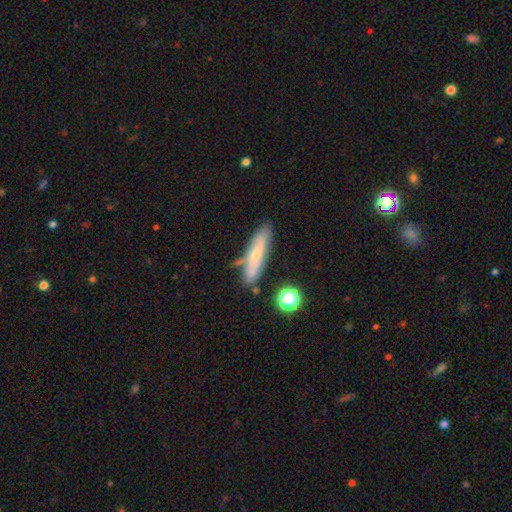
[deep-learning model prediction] A smooth galaxy with no disk features (51%) that is cigar-shaped (76%).

Vote fractions:
- Smooth or featured? smooth: 51% / featured or disk: 40% / star or artifact: 9%
- How rounded? cigar-shaped: 76% / in between: 21% / round: 3%
- Merging? none: 64% / minor disturbance: 21% / merger: 8% / major disturbance: 6%